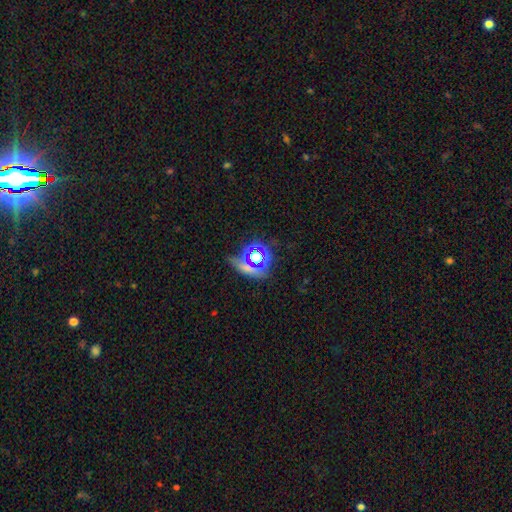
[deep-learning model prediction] Smooth or featured? Predicted: star or artifact (p=0.55).